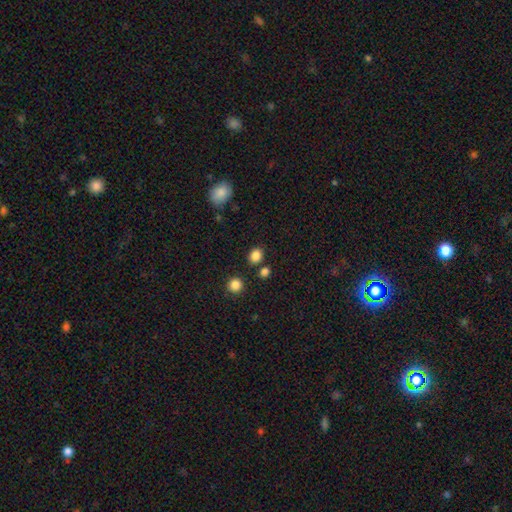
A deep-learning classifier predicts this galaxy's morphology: Overall: smooth (85%). How rounded: in between (50%; round 49%). Merging: none (80%).